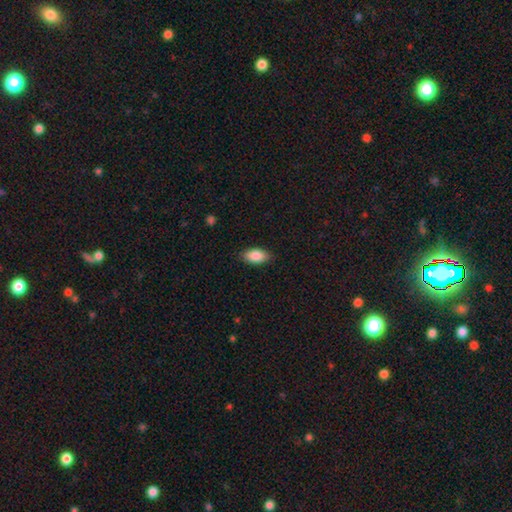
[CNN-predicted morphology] A smooth galaxy with no disk features (87%) that is in between round and cigar-shaped (93%).

Vote fractions:
- Smooth or featured? smooth: 87% / star or artifact: 7% / featured or disk: 6%
- How rounded? in between: 93% / cigar-shaped: 4% / round: 4%
- Merging? none: 87% / minor disturbance: 10% / major disturbance: 2% / merger: 1%